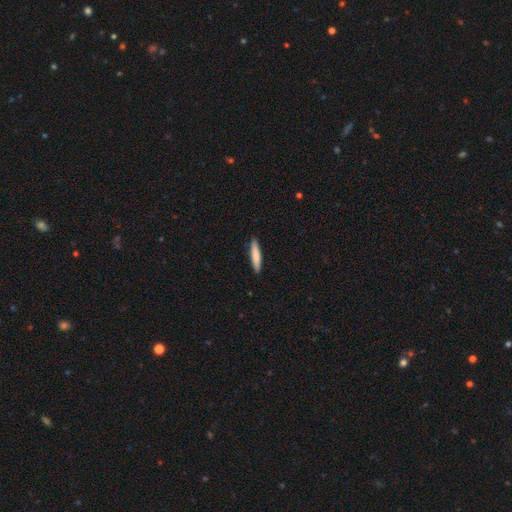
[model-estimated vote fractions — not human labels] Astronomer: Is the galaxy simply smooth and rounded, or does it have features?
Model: smooth — 79%.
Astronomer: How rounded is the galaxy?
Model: cigar-shaped — 89%.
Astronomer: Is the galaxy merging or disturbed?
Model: none — 91%.